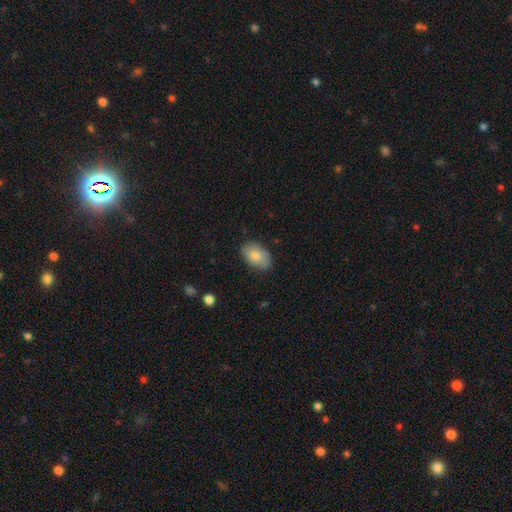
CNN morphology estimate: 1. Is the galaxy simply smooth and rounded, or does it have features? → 82% smooth, 12% featured or disk, 6% star or artifact.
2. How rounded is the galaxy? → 90% in between, 9% round, 1% cigar-shaped.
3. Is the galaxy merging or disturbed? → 79% none, 17% minor disturbance, 3% major disturbance, 1% merger.